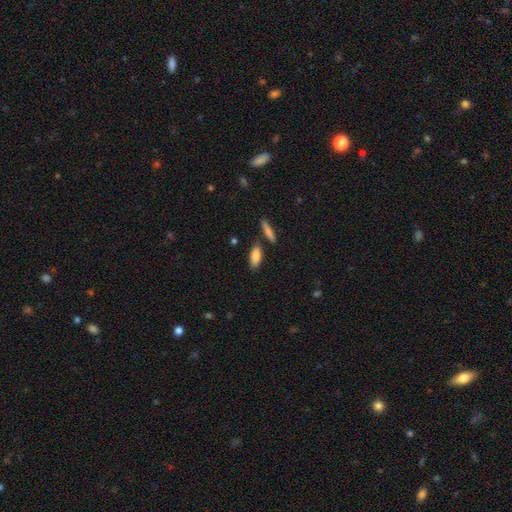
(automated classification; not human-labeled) The model was most divided on "how rounded": in between: 76%, cigar-shaped: 21%, round: 3%. More confident: smooth or featured — smooth (84%); merging — none (78%).